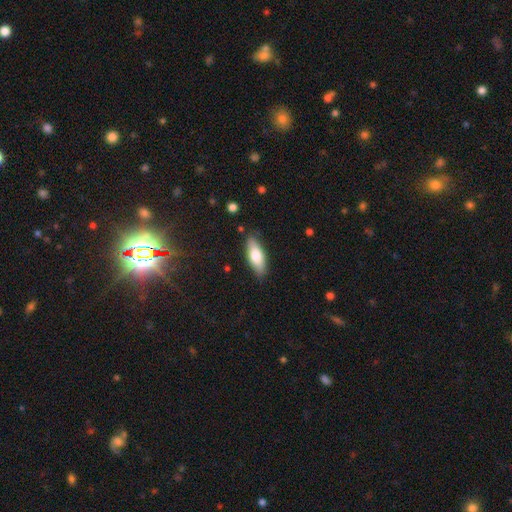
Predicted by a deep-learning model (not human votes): Overall: smooth (73%). How rounded: in between (74%). Merging: none (85%).